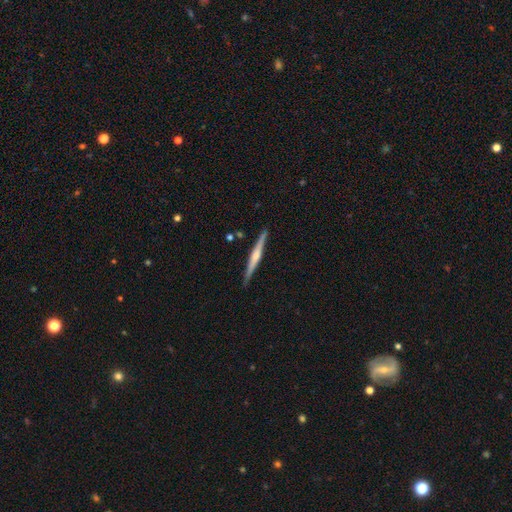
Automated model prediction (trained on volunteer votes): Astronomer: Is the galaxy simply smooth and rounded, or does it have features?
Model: featured or disk — 68%.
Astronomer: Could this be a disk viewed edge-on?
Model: yes — 98%.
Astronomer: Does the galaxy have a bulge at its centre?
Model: rounded — 69%.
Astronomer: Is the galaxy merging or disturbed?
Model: none — 90%.